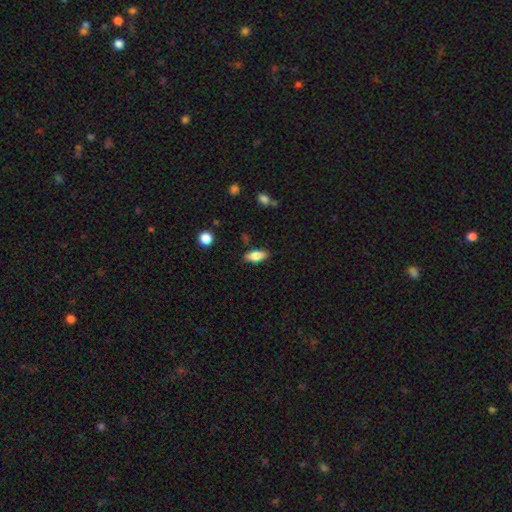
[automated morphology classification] The model was most divided on "merging": none: 82%, minor disturbance: 13%, major disturbance: 3%, merger: 2%. More confident: how rounded — in between (84%); smooth or featured — smooth (81%).